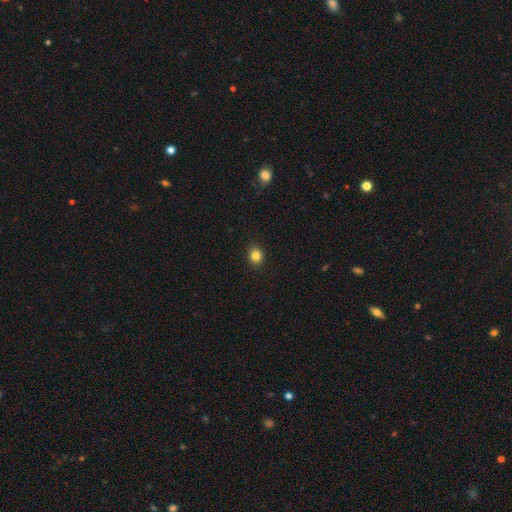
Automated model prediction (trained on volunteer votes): Smooth or featured?
  - smooth: 83% *
  - star or artifact: 12%
  - featured or disk: 5%
How rounded?
  - round: 69% *
  - in between: 30%
  - cigar-shaped: 1%
Merging?
  - none: 91% *
  - minor disturbance: 6%
  - major disturbance: 2%
  - merger: 1%